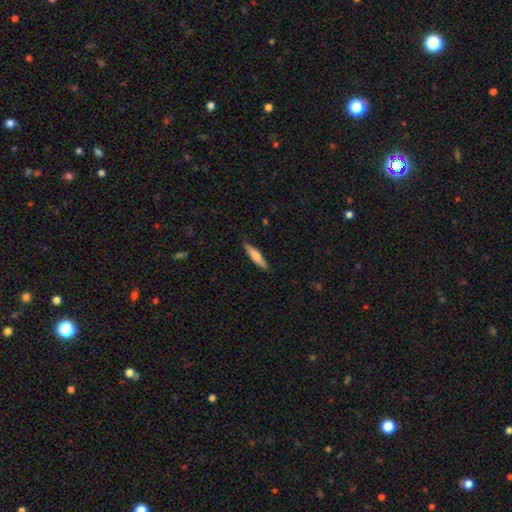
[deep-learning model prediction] smooth_or_featured: smooth (p=0.58) [alt: featured or disk p=0.36]
how_rounded: cigar-shaped (p=0.81) [alt: in between p=0.17]
merging: none (p=0.88) [alt: minor disturbance p=0.09]